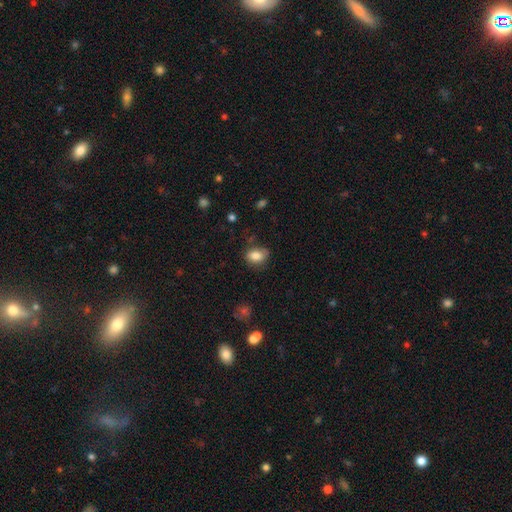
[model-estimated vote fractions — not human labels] Overall: smooth (83%). How rounded: in between (73%). Merging: none (65%; minor disturbance 25%).